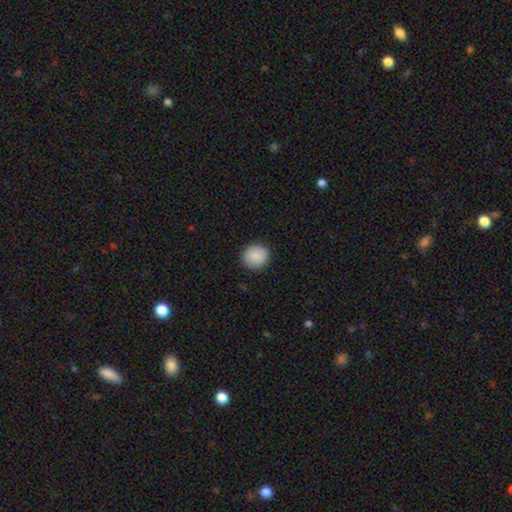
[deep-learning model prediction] Morphology: type=smooth (89%); roundness=round (90%); merging=none (91%).